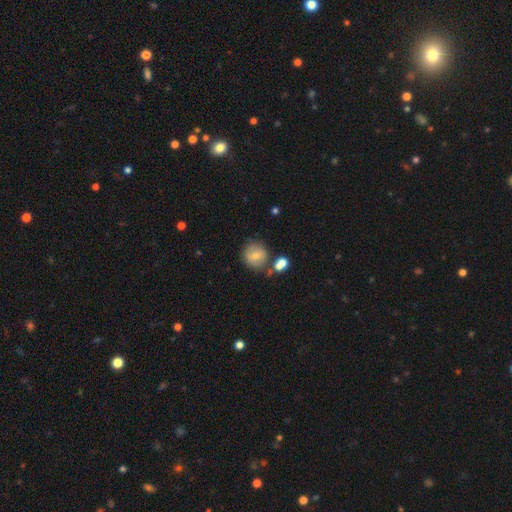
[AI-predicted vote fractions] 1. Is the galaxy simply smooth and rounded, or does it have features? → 69% smooth, 23% featured or disk, 9% star or artifact.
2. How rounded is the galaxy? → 87% round, 12% in between, 1% cigar-shaped.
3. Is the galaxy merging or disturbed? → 66% none, 16% merger, 14% minor disturbance, 4% major disturbance.